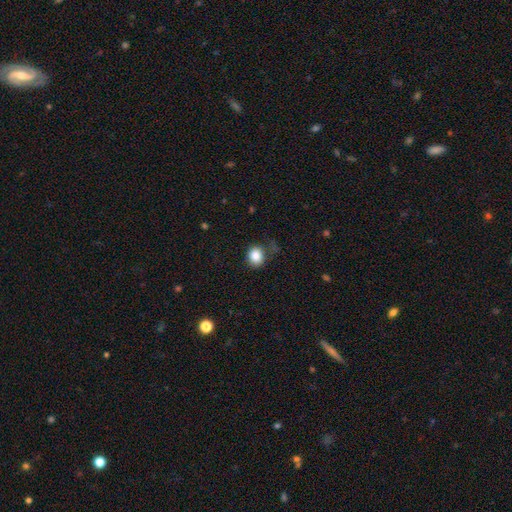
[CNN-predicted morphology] Overall: smooth (86%). How rounded: round (63%; in between 36%). Merging: none (73%).